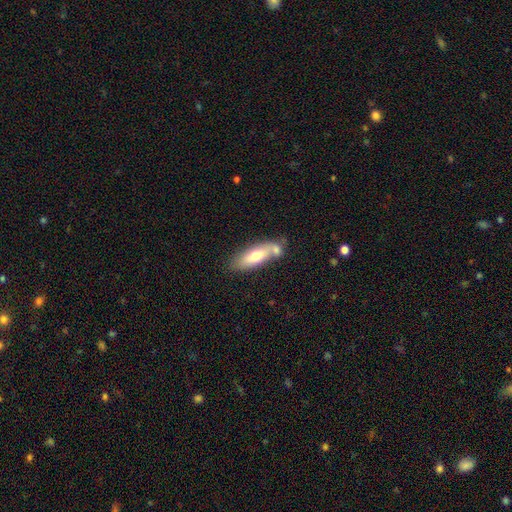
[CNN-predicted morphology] Smooth or featured: smooth — 64% (featured or disk — 30%)
How rounded: in between — 66% (cigar-shaped — 31%)
Merging: none — 47% (merger — 33%)